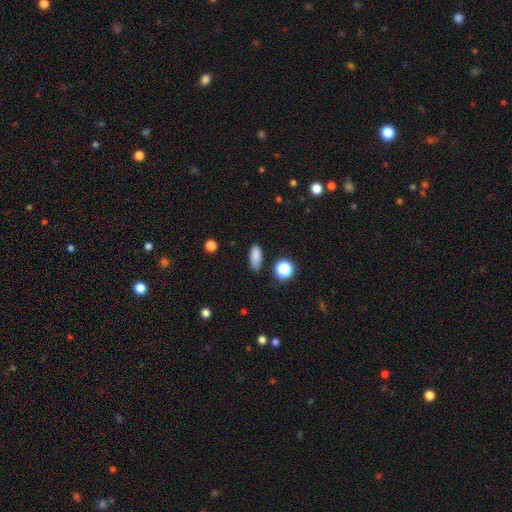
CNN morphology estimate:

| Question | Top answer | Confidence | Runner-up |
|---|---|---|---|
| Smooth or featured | smooth | 85% | star or artifact (11%) |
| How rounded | in between | 73% | cigar-shaped (21%) |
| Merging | none | 82% | minor disturbance (13%) |